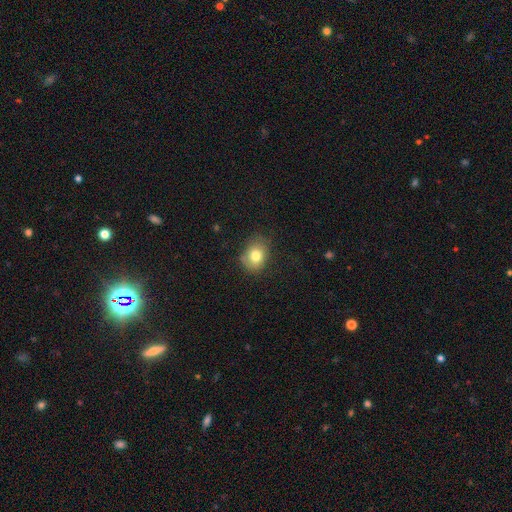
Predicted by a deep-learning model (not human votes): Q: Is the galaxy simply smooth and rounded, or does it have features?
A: smooth — 79%.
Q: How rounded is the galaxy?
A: in between — 51%.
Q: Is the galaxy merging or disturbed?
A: none — 70%.